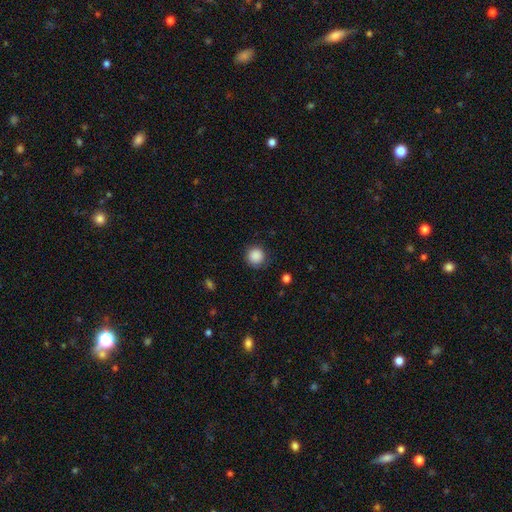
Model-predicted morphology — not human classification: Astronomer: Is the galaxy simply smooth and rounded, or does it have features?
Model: smooth — 88%.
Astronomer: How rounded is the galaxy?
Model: round — 94%.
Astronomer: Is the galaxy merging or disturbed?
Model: none — 85%.